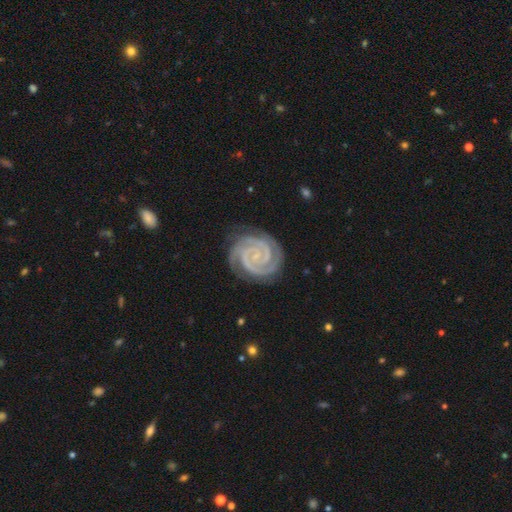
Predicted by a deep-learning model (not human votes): smooth-or-featured: featured or disk: 93% | star or artifact: 4% | smooth: 3%
  disk-edge-on: no: 98% | yes: 2%
    bar: no: 52% | weak: 31% | strong: 18%
    has-spiral-arms: yes: 99% | no: 1%
      spiral-winding: tight: 85% | medium: 13% | loose: 1%
      spiral-arm-count: 2: 55% | 3: 24% | 4: 6% | can't tell: 5% | more than 4: 5% | 1: 4%
    bulge-size: small: 76% | none: 15% | moderate: 7% | large: 1% | dominant: 1%
  merging: none: 82% | minor disturbance: 14% | major disturbance: 3% | merger: 1%